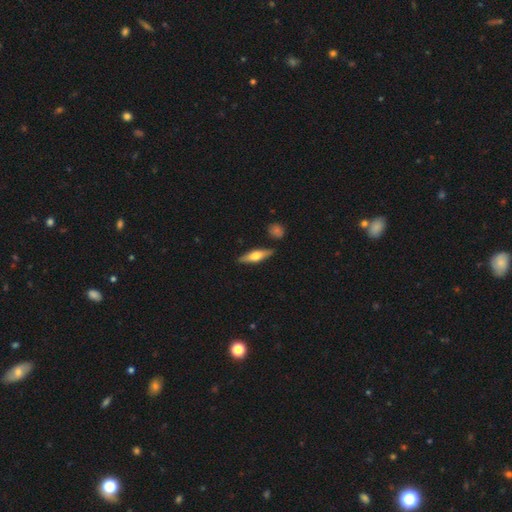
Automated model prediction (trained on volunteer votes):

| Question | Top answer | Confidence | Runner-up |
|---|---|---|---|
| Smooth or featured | featured or disk | 49% | smooth (46%) |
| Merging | none | 86% | minor disturbance (9%) |